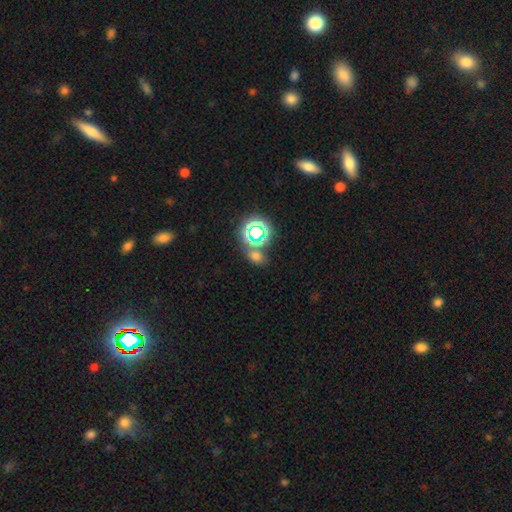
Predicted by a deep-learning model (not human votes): smooth-or-featured: smooth: 54% | star or artifact: 38% | featured or disk: 8%
  how-rounded: in between: 55% | round: 43% | cigar-shaped: 2%
  merging: none: 64% | merger: 20% | minor disturbance: 11% | major disturbance: 5%